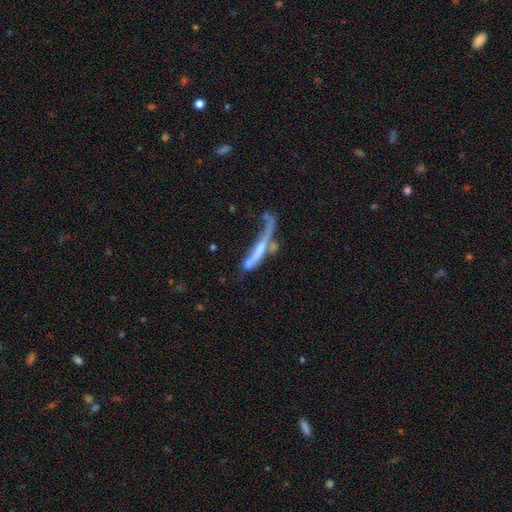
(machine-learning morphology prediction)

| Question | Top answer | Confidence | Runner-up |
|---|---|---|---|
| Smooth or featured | featured or disk | 60% | smooth (30%) |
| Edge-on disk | yes | 69% | no (31%) |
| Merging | major disturbance | 30% | none (27%) |